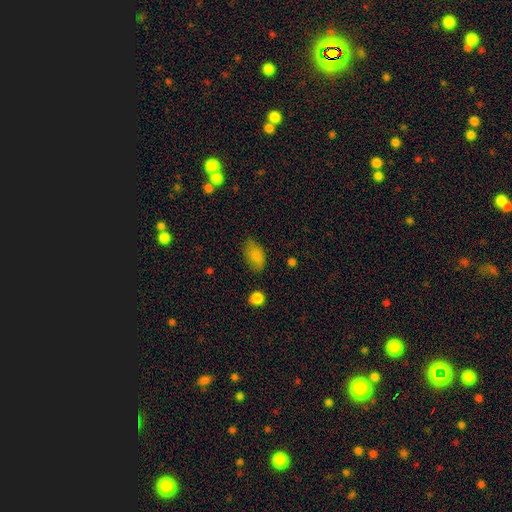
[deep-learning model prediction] Smooth or featured? Predicted: smooth (p=0.84). How rounded? Predicted: in between (p=0.92). Merging? Predicted: none (p=0.71).